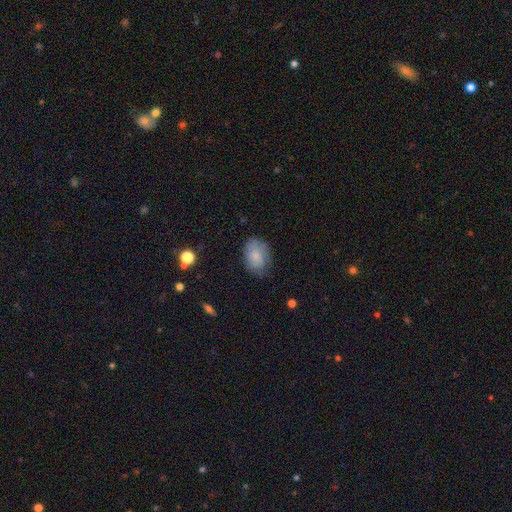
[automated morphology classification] This appears to be a smooth galaxy with no disk features (80%) that is in between round and cigar-shaped (80%). Merging: none (67%).